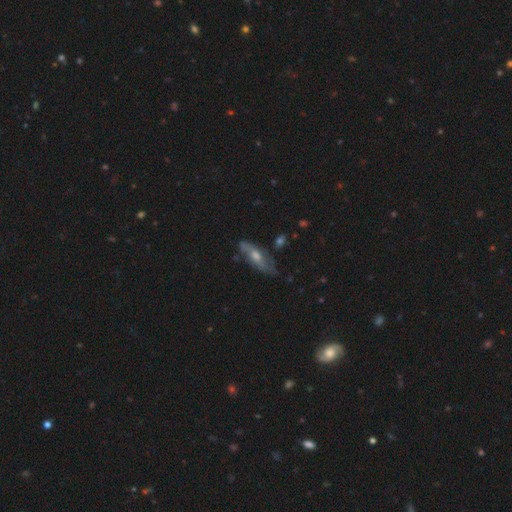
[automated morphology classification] Smooth or featured? Predicted: featured or disk (p=0.61). Edge-on disk? Predicted: no (p=0.65). Merging? Predicted: none (p=0.67).